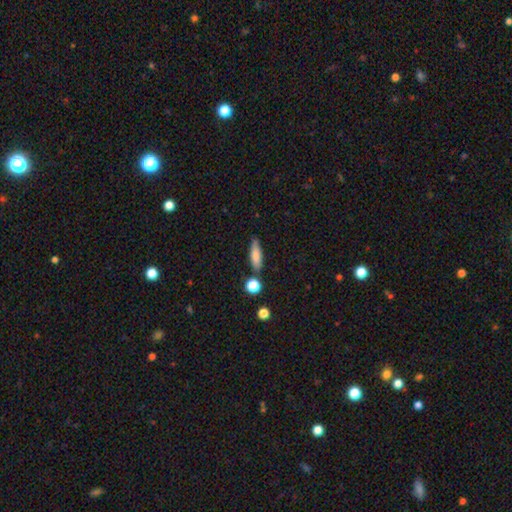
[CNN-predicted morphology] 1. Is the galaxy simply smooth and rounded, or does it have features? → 81% smooth, 11% featured or disk, 8% star or artifact.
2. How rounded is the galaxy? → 50% cigar-shaped, 47% in between, 3% round.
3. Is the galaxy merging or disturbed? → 73% none, 16% minor disturbance, 7% merger, 4% major disturbance.